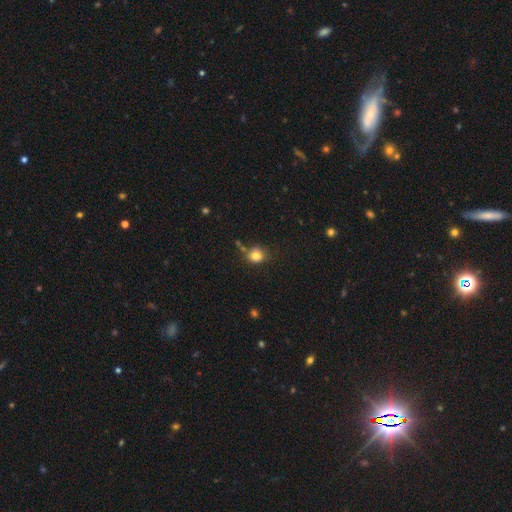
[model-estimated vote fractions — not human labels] A smooth galaxy with no disk features (79%) that is round (71%). Merging: none (61%).